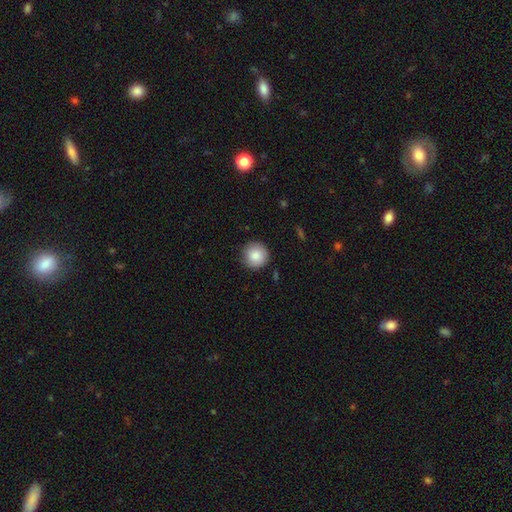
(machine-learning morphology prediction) smooth 85%, star or artifact 8%, featured or disk 7%. Down the decision tree: how rounded — round (95%); merging — none (87%).